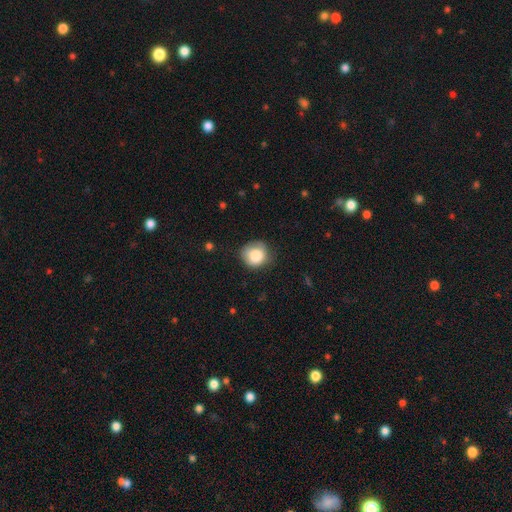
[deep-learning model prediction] Overall: smooth (83%). How rounded: round (84%). Merging: none (66%; minor disturbance 26%).